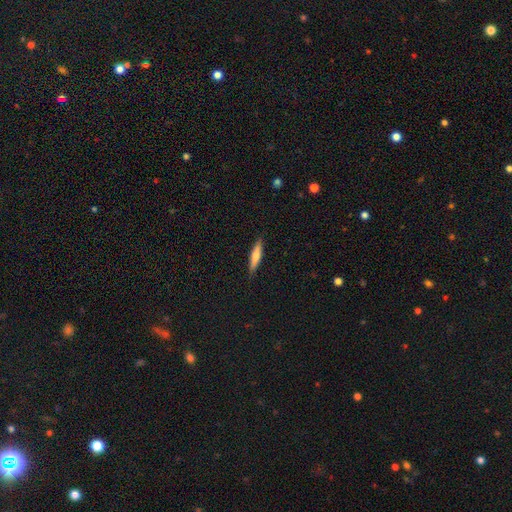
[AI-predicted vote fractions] Smooth or featured? Predicted: smooth (p=0.62). How rounded? Predicted: cigar-shaped (p=0.83). Merging? Predicted: none (p=0.87).